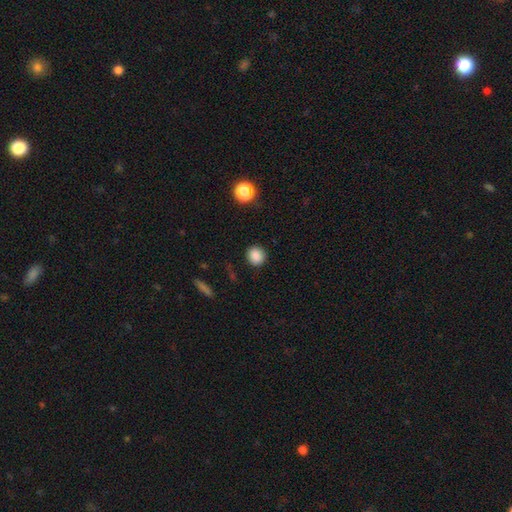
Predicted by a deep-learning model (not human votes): The model was most divided on "how rounded": round: 88%, in between: 11%, cigar-shaped: 1%. More confident: merging — none (89%); smooth or featured — smooth (87%).